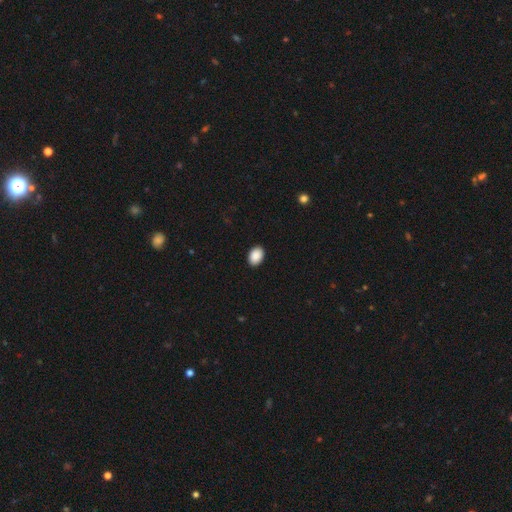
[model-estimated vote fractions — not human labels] The model was most divided on "how rounded": in between: 81%, round: 18%, cigar-shaped: 1%. More confident: merging — none (91%); smooth or featured — smooth (91%).